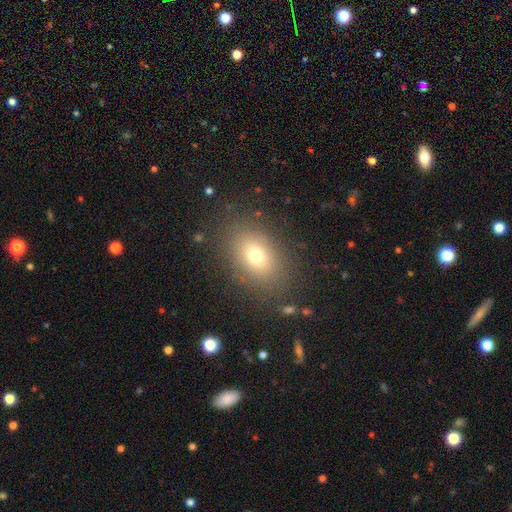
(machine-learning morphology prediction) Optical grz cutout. It shows a smooth galaxy with no disk features (72%) that is in between round and cigar-shaped (73%). Merging: none (83%).